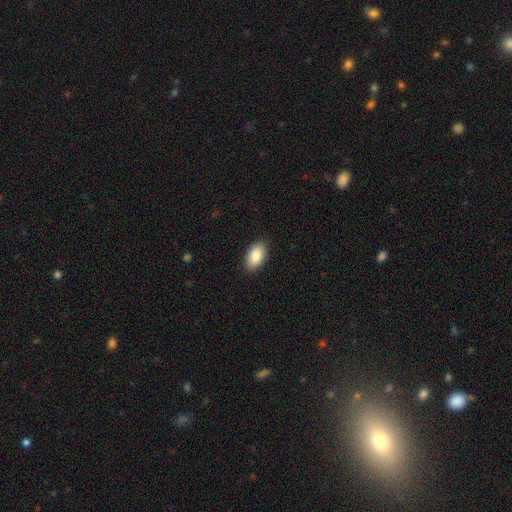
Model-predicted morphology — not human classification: Q: Smooth or featured?
A: smooth (86%); runner-up: featured or disk (7%)
Q: How rounded?
A: in between (94%); runner-up: round (4%)
Q: Merging?
A: none (89%); runner-up: minor disturbance (9%)